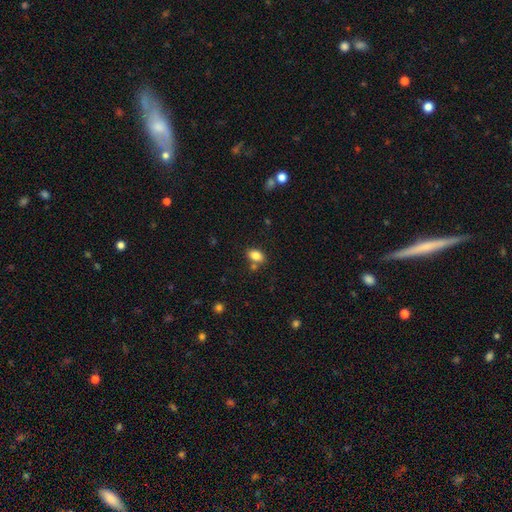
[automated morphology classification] type=smooth (84%); roundness=in between (85%); merging=none (70%).